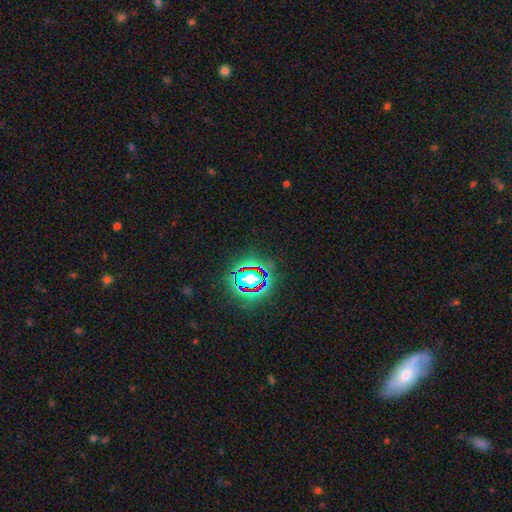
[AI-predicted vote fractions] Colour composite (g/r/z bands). It shows a star or artifact, not a galaxy (74%).